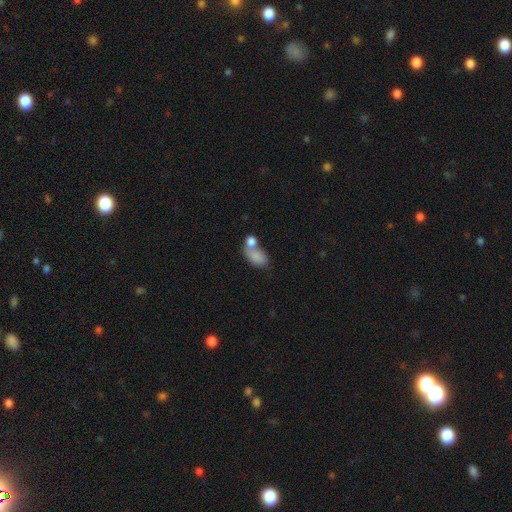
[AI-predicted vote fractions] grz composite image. It shows a smooth galaxy with no disk features (80%) that is in between round and cigar-shaped (85%). Merging: merger (53%).